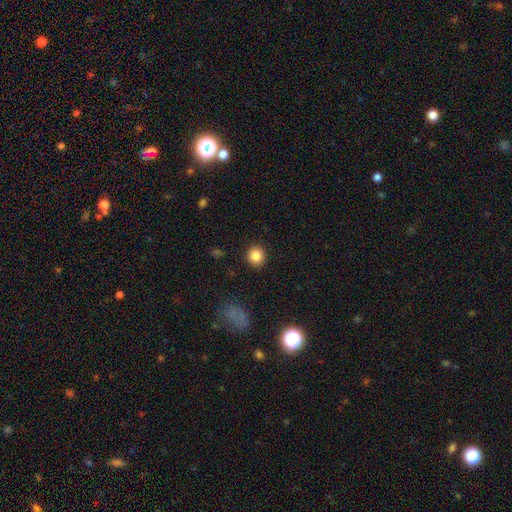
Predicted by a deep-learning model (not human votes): This appears to be a smooth galaxy with no disk features (86%) that is round (91%). Merging: none (91%).